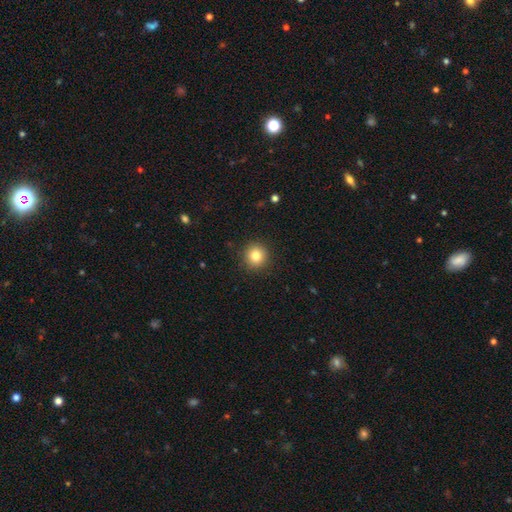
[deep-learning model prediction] A smooth galaxy with no disk features (82%) that is round (94%). Merging: none (91%).